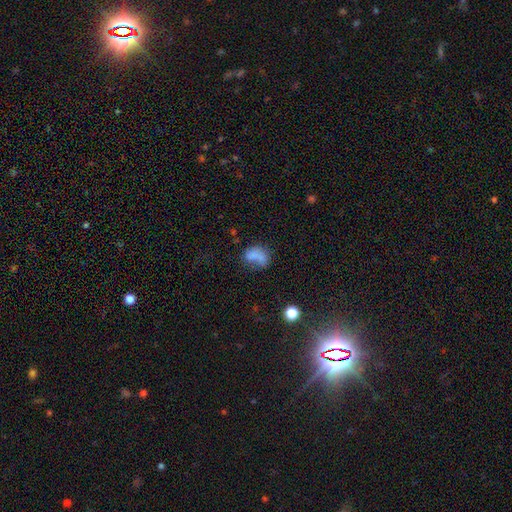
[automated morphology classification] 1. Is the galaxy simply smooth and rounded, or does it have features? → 70% smooth, 18% featured or disk, 12% star or artifact.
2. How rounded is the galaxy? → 74% in between, 25% round, 2% cigar-shaped.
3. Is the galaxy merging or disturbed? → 31% none, 30% merger, 20% major disturbance, 19% minor disturbance.